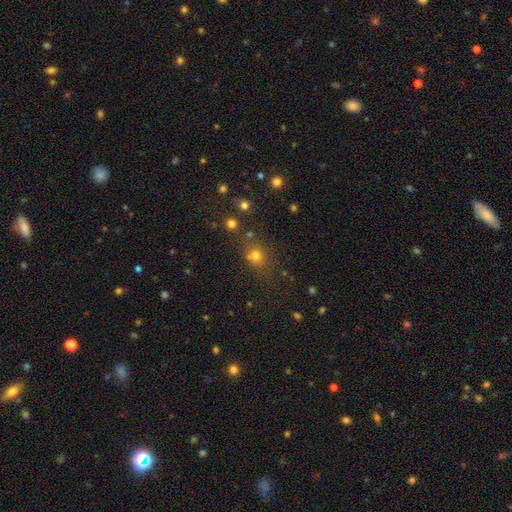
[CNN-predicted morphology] type=smooth (69%); roundness=round (79%); merging=none (65%).